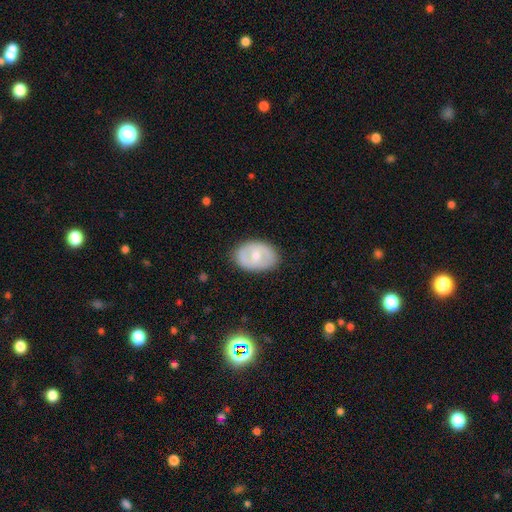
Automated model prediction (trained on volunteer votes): smooth_or_featured: featured or disk (p=0.52) [alt: smooth p=0.42]
disk_edge_on: no (p=0.94) [alt: yes p=0.06]
merging: none (p=0.84) [alt: minor disturbance p=0.12]